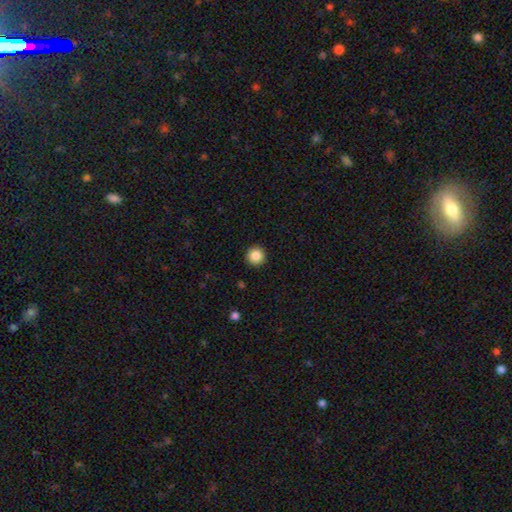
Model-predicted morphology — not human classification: smooth_or_featured: smooth (p=0.86) [alt: star or artifact p=0.10]
how_rounded: round (p=0.96) [alt: in between p=0.03]
merging: none (p=0.93) [alt: minor disturbance p=0.05]